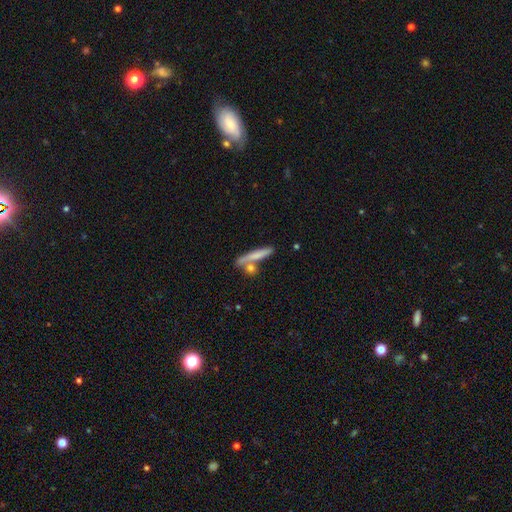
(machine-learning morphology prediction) A smooth galaxy with no disk features (67%) that is cigar-shaped (85%).

Vote fractions:
- Smooth or featured? smooth: 67% / featured or disk: 26% / star or artifact: 7%
- How rounded? cigar-shaped: 85% / in between: 10% / round: 4%
- Merging? none: 63% / merger: 21% / minor disturbance: 12% / major disturbance: 4%